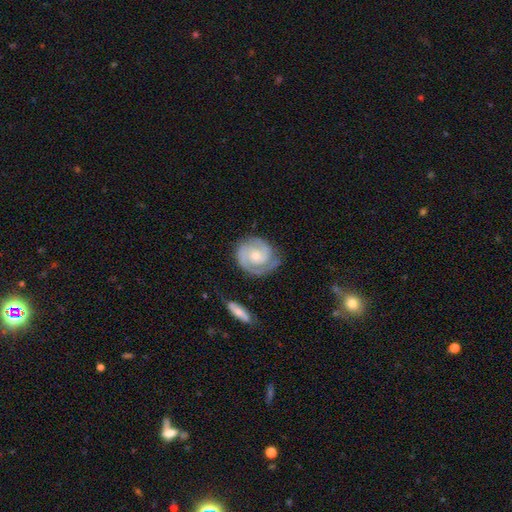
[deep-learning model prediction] A featured or disk galaxy (84%) with no bar (68%), 2 (70%) tight (66%) spiral arms (96%) and a small central bulge (55%).

Vote fractions:
- Smooth or featured? featured or disk: 84% / smooth: 11% / star or artifact: 5%
- Edge-on disk? no: 98% / yes: 2%
- Bar? no: 68% / weak: 27% / strong: 6%
- Spiral arms? yes: 96% / no: 4%
- Spiral winding? tight: 66% / medium: 28% / loose: 6%
- Spiral arm count? 2: 70% / can't tell: 10% / 1: 9% / 3: 8% / 4: 2% / more than 4: 2%
- Bulge size? small: 55% / moderate: 37% / none: 3% / large: 3% / dominant: 1%
- Merging? none: 72% / minor disturbance: 18% / major disturbance: 7% / merger: 3%